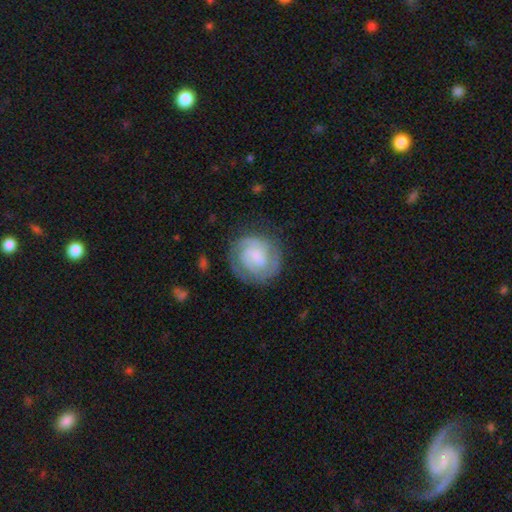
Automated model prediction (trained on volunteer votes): A featured or disk galaxy (69%) with no bar (53%), 2 (49%) tight (59%) spiral arms (92%) and a small central bulge (60%). Merging: none (75%).